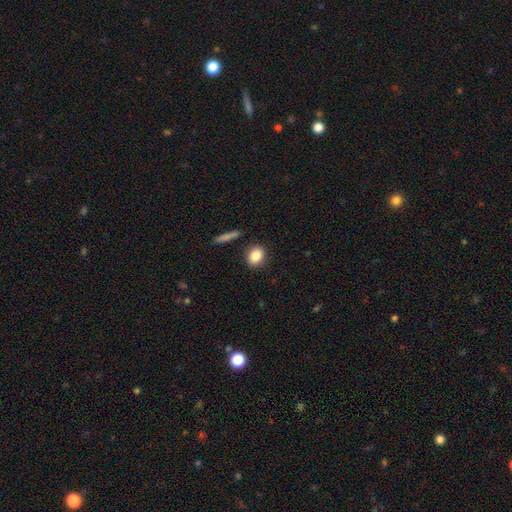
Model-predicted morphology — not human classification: This appears to be a smooth galaxy with no disk features (85%) that is round (53%). Merging: none (87%).